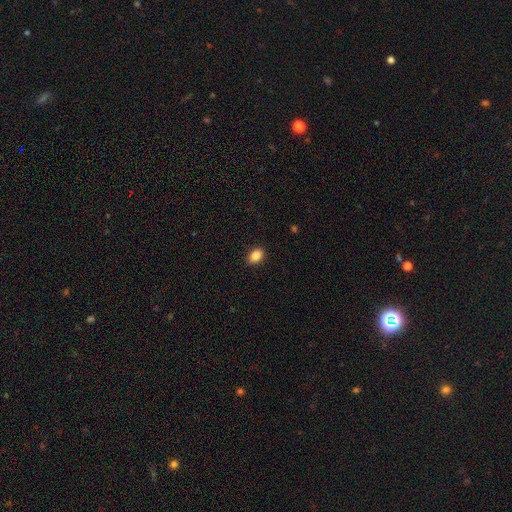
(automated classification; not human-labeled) Smooth or featured? Predicted: smooth (p=0.87). How rounded? Predicted: in between (p=0.78). Merging? Predicted: none (p=0.89).